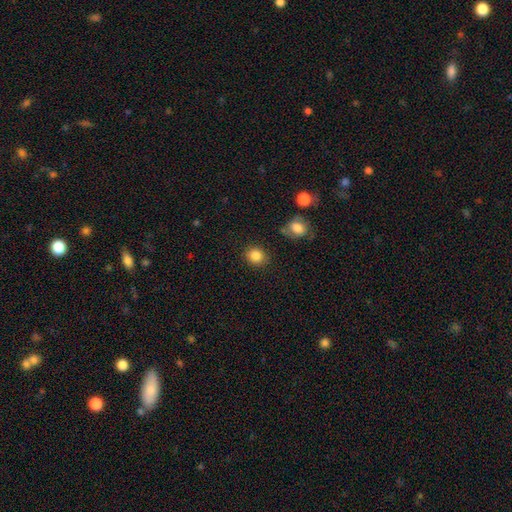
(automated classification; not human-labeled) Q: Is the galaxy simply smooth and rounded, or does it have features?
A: smooth — 86%.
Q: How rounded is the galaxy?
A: round — 75%.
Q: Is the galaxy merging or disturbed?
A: none — 84%.